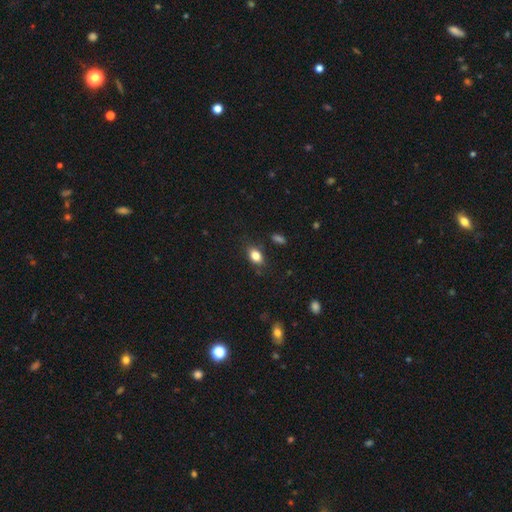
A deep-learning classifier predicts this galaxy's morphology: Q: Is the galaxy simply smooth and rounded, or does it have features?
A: smooth — 82%.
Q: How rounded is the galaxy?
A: in between — 80%.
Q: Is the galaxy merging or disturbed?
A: none — 81%.